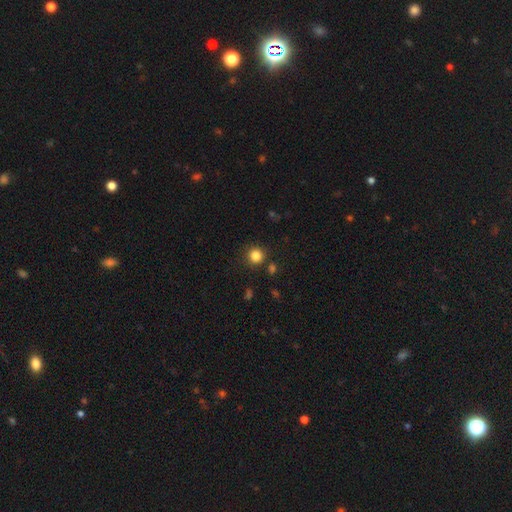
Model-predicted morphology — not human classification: smooth 84%, star or artifact 12%, featured or disk 4%. Down the decision tree: how rounded — round (93%); merging — none (87%).